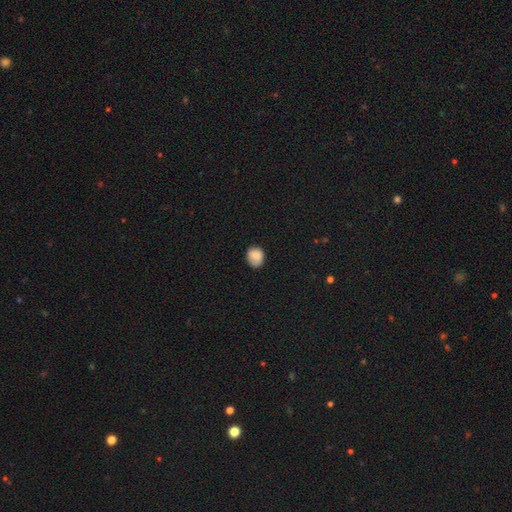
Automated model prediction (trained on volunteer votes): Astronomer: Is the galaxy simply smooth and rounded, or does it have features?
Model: smooth — 84%.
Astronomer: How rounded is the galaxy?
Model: round — 64%.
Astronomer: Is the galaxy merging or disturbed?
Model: none — 75%.